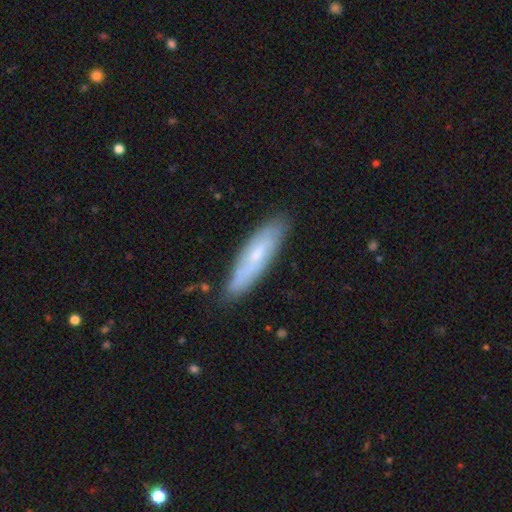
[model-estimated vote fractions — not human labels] Overall: smooth (52%; featured or disk 41%). How rounded: cigar-shaped (64%; in between 34%). Merging: none (78%).